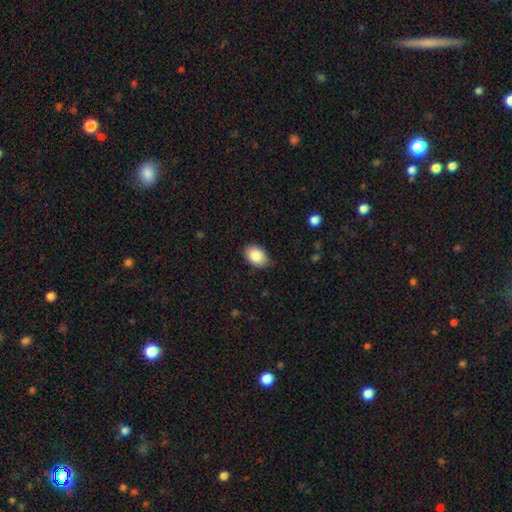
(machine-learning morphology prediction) A smooth galaxy with no disk features (88%) that is in between round and cigar-shaped (83%).

Vote fractions:
- Smooth or featured? smooth: 88% / star or artifact: 7% / featured or disk: 5%
- How rounded? in between: 83% / round: 16% / cigar-shaped: 1%
- Merging? none: 84% / minor disturbance: 12% / major disturbance: 2% / merger: 1%